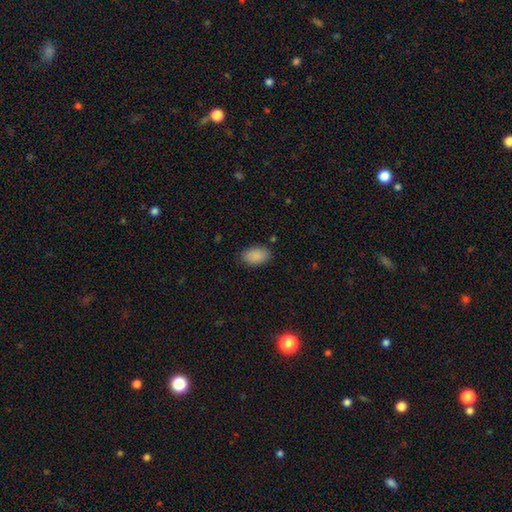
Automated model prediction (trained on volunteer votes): smooth-or-featured: smooth: 89% | star or artifact: 7% | featured or disk: 3%
  how-rounded: in between: 91% | round: 7% | cigar-shaped: 1%
  merging: none: 85% | minor disturbance: 11% | major disturbance: 3% | merger: 1%